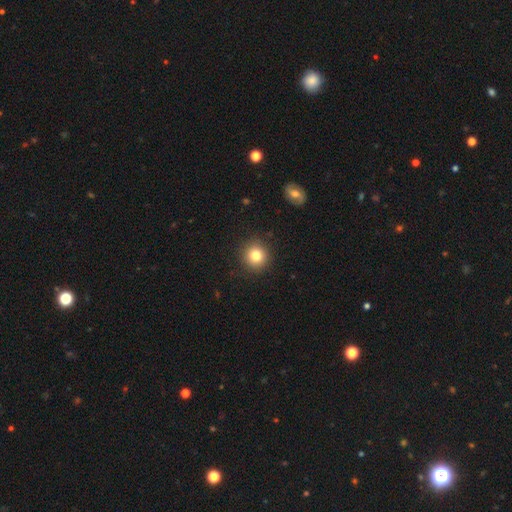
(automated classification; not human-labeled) The model was most divided on "smooth or featured": smooth: 81%, star or artifact: 11%, featured or disk: 7%. More confident: how rounded — round (92%); merging — none (91%).